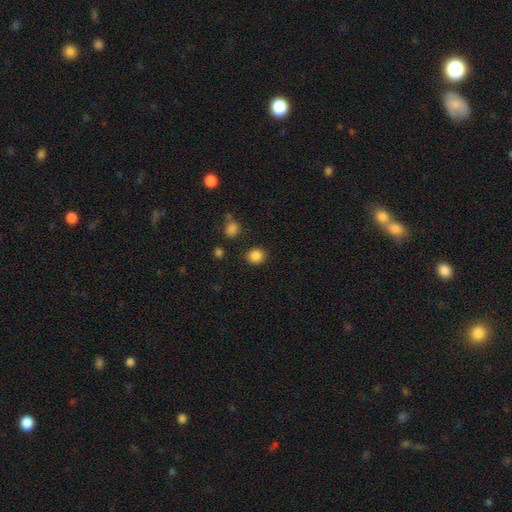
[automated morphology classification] The model was most divided on "how rounded": round: 84%, in between: 15%, cigar-shaped: 1%. More confident: merging — none (87%); smooth or featured — smooth (86%).